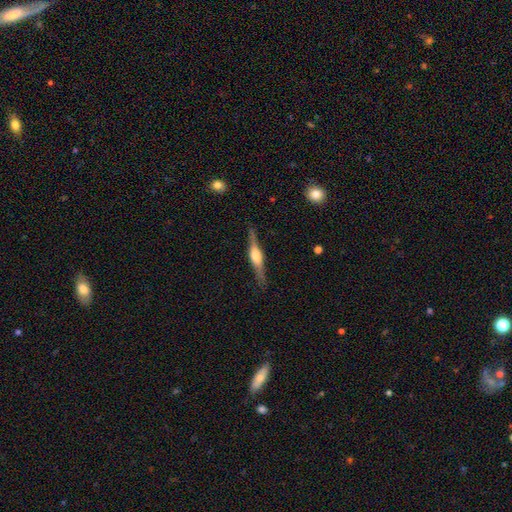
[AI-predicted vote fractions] A featured or disk galaxy (75%) viewed edge-on (97%) with a rounded central bulge (84%). Merging: none (87%).